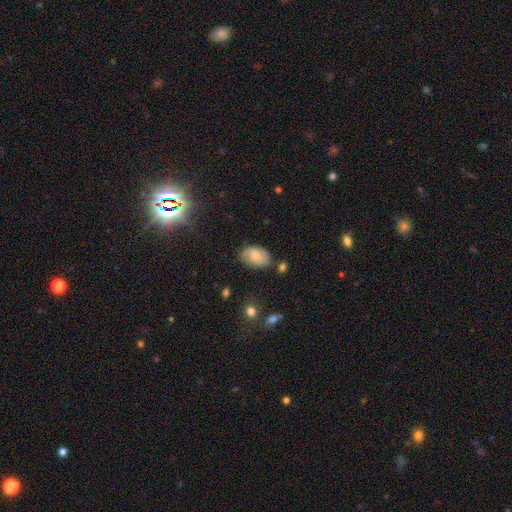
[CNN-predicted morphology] Smooth or featured: smooth — 70% (featured or disk — 22%)
How rounded: in between — 89% (round — 10%)
Merging: none — 69% (minor disturbance — 22%)